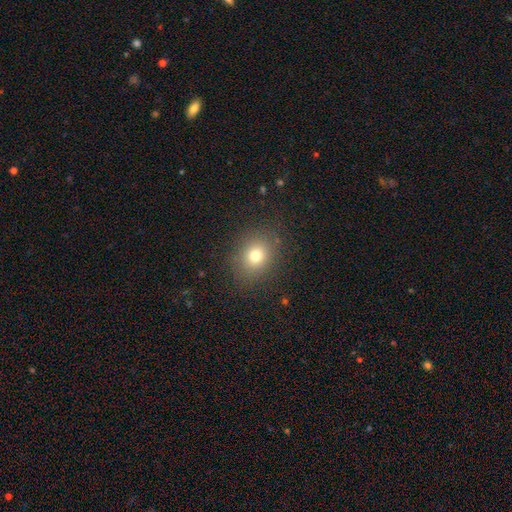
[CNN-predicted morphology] smooth 75%, star or artifact 15%, featured or disk 10%. Down the decision tree: how rounded — round (60%); merging — none (86%).